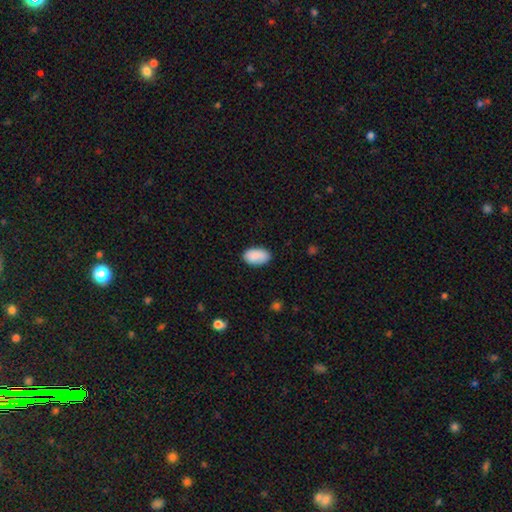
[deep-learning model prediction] Smooth or featured? Predicted: smooth (p=0.87). How rounded? Predicted: in between (p=0.93). Merging? Predicted: none (p=0.81).